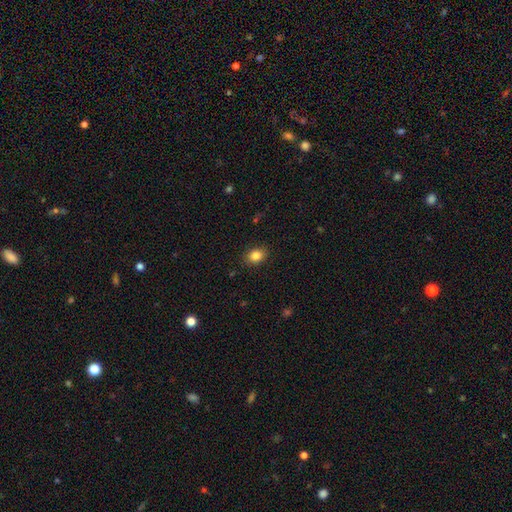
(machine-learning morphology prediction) smooth_or_featured: smooth (p=0.85) [alt: star or artifact p=0.09]
how_rounded: in between (p=0.62) [alt: round p=0.37]
merging: none (p=0.87) [alt: minor disturbance p=0.09]